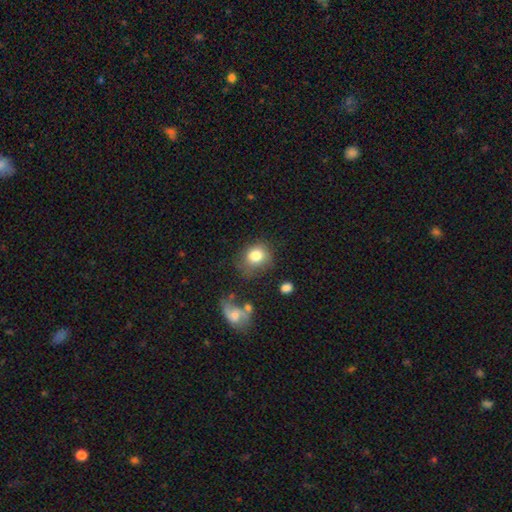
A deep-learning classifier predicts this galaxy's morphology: Smooth or featured? smooth (81%)
How rounded? round (69%)
Merging? none (60%)